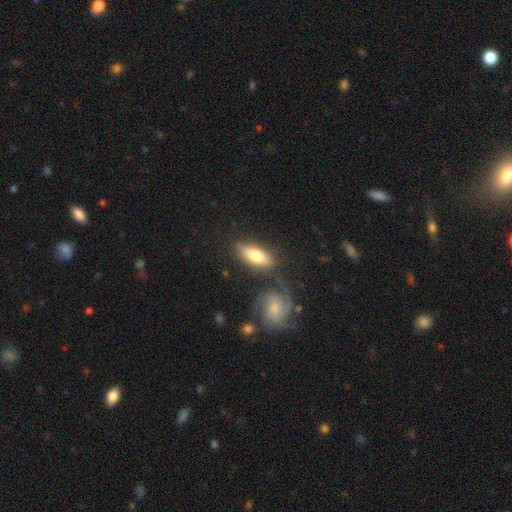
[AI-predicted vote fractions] smooth 70%, featured or disk 24%, star or artifact 6%. Down the decision tree: how rounded — in between (75%); merging — none (68%).